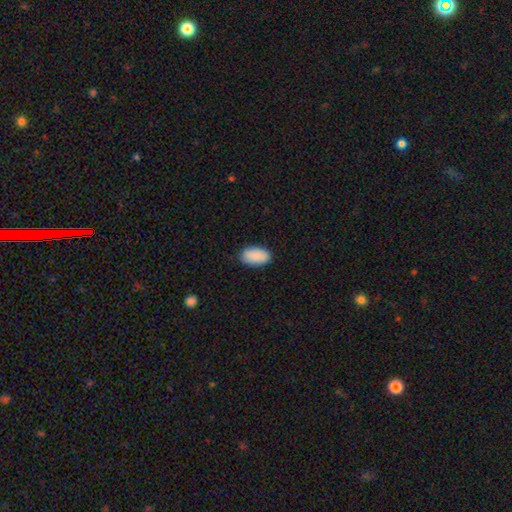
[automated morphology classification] The model was most divided on "merging": none: 87%, minor disturbance: 10%, major disturbance: 2%, merger: 1%. More confident: how rounded — in between (95%); smooth or featured — smooth (90%).